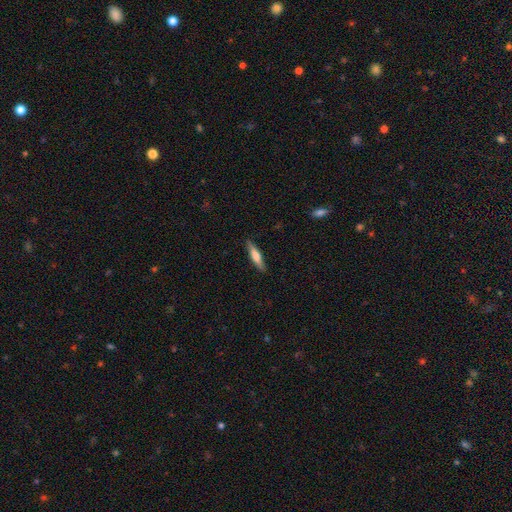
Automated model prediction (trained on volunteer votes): Morphology: type=smooth (58%); roundness=cigar-shaped (82%); merging=none (88%).